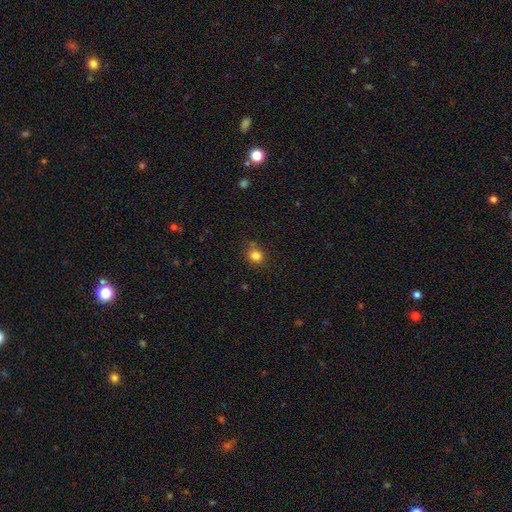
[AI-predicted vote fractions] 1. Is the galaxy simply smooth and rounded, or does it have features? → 82% smooth, 12% star or artifact, 6% featured or disk.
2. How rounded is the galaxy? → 70% round, 29% in between, 1% cigar-shaped.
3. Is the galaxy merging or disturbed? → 71% none, 21% minor disturbance, 5% major disturbance, 4% merger.